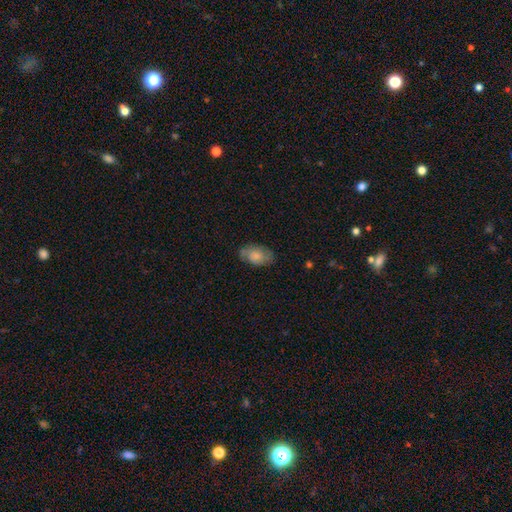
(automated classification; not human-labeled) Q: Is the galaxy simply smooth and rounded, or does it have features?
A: smooth — 72%.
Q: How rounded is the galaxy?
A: in between — 92%.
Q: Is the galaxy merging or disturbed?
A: none — 69%.